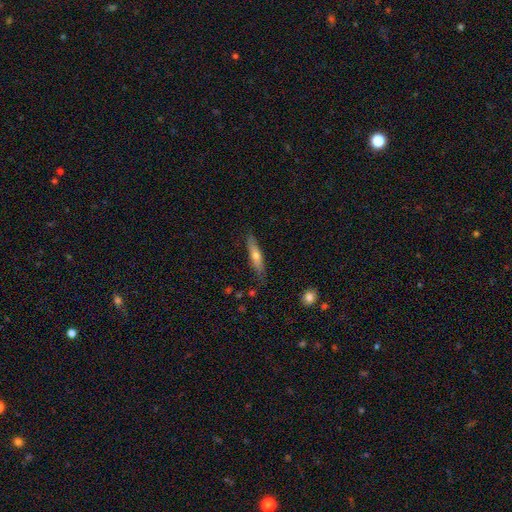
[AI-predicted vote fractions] Smooth or featured: smooth — 56% (featured or disk — 38%)
How rounded: cigar-shaped — 80% (in between — 18%)
Merging: none — 81% (minor disturbance — 15%)